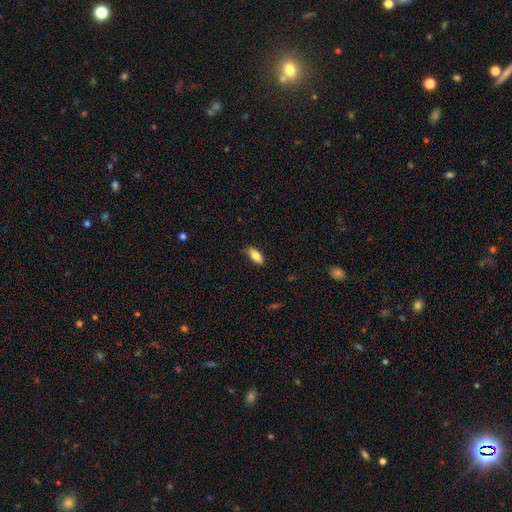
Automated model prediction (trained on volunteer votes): Overall: smooth (81%). How rounded: in between (80%). Merging: none (79%).